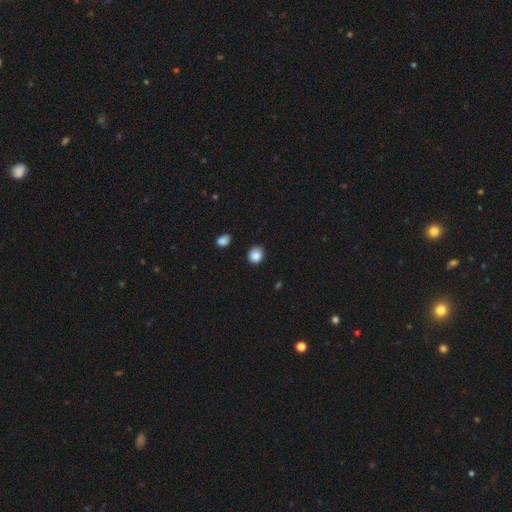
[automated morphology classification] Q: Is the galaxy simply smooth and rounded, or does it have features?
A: smooth — 87%.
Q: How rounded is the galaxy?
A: round — 75%.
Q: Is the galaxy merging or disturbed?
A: none — 85%.